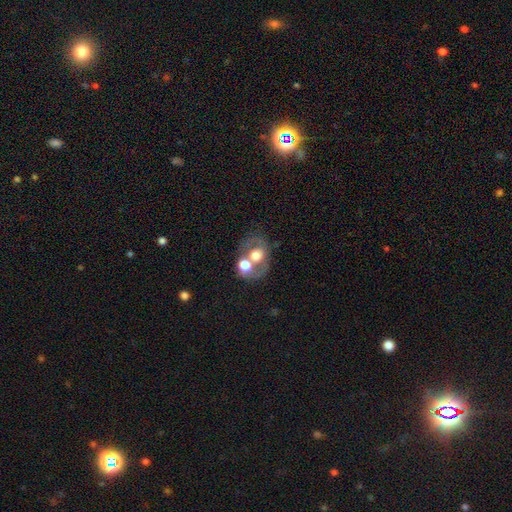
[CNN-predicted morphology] A smooth galaxy with no disk features (46%). Merging: merger (46%).